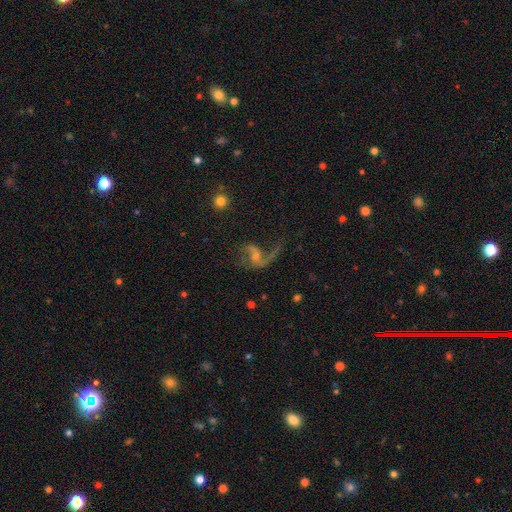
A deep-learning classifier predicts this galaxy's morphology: The model was most divided on "merging": none: 43%, major disturbance: 35%, minor disturbance: 16%, merger: 5%. More confident: edge-on disk — no (97%); spiral arms — yes (92%); smooth or featured — featured or disk (81%); spiral winding — loose (76%); spiral arm count — 2 (66%); bulge size — small (53%); bar — no (52%).